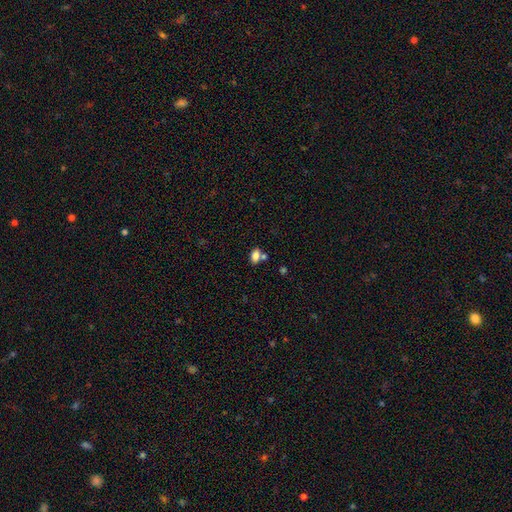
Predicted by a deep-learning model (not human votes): A smooth galaxy with no disk features (81%) that is in between round and cigar-shaped (84%). Merging: none (55%).